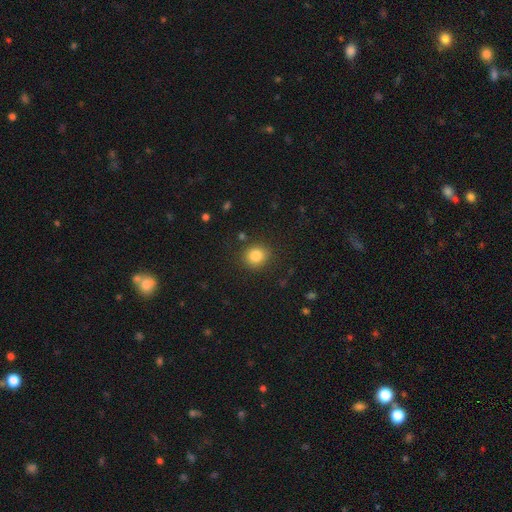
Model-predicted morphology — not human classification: Smooth or featured: smooth — 83% (star or artifact — 11%)
How rounded: round — 84% (in between — 16%)
Merging: none — 86% (minor disturbance — 9%)